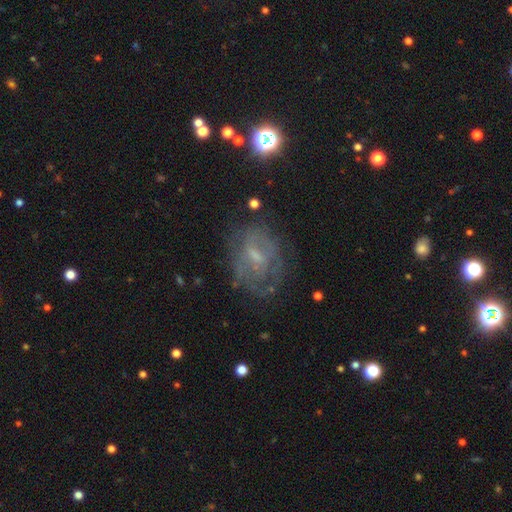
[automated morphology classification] This appears to be a featured or disk galaxy (61%) with a weak bar (50%), spiral arms (53%) and a small central bulge (48%). Merging: none (58%).